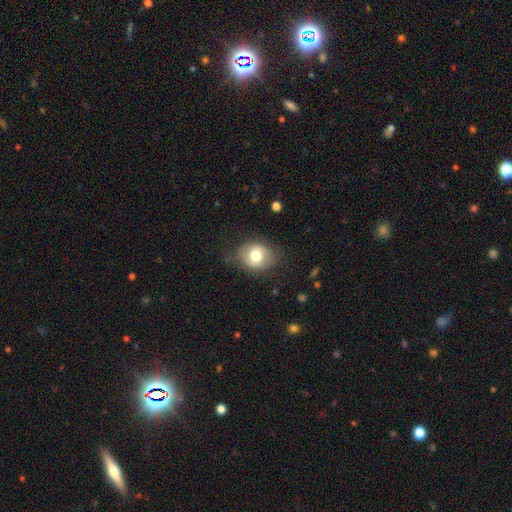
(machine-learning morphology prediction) A smooth galaxy with no disk features (68%) that is round (53%). Merging: none (68%).